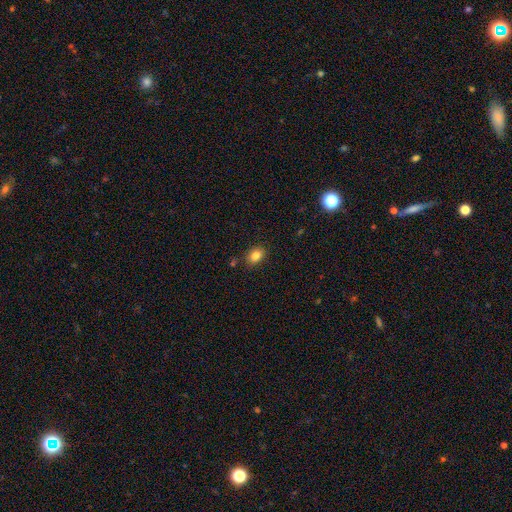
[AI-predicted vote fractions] smooth 84%, star or artifact 10%, featured or disk 6%. Down the decision tree: how rounded — in between (69%); merging — none (82%).